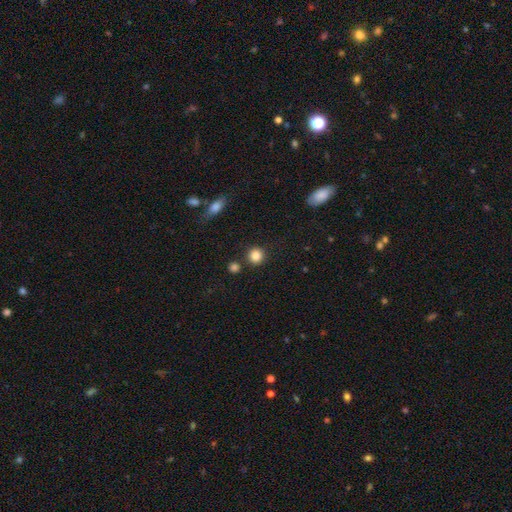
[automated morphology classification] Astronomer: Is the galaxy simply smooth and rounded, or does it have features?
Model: smooth — 85%.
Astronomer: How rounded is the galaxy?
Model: round — 90%.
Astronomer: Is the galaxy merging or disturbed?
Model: none — 84%.